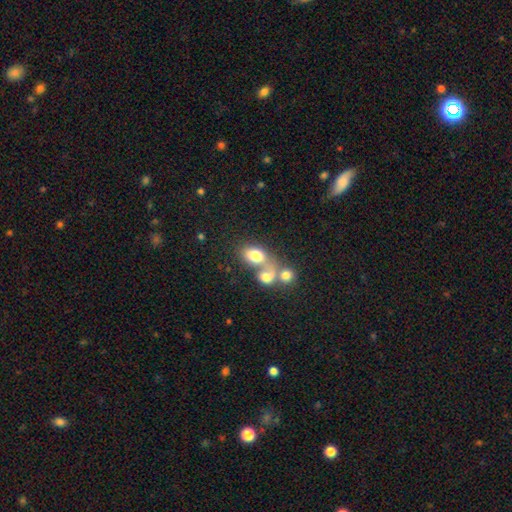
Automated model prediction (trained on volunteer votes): This is likely a smooth galaxy (73%). How rounded: likely in between (68%). Merging: possibly merger (57%).